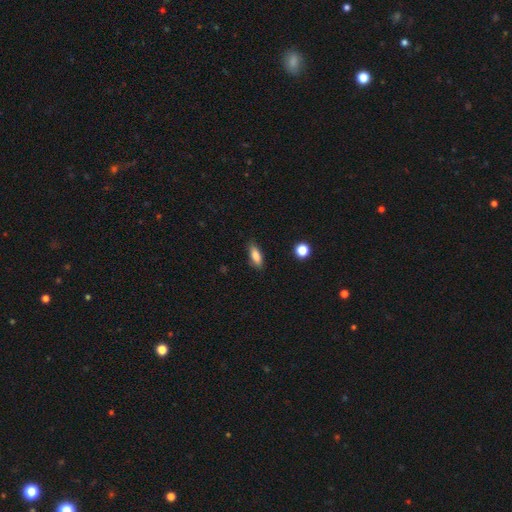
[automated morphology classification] smooth_or_featured: smooth (p=0.83) [alt: featured or disk p=0.09]
how_rounded: in between (p=0.68) [alt: cigar-shaped p=0.29]
merging: none (p=0.84) [alt: minor disturbance p=0.12]